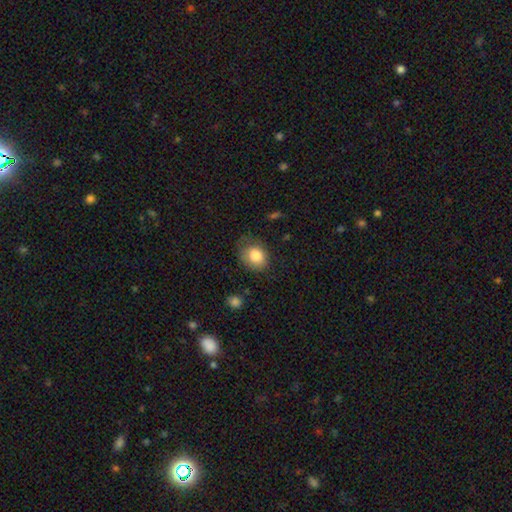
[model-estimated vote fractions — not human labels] This is clearly a smooth galaxy (81%). How rounded: possibly in between (53%). Merging: likely none (63%).